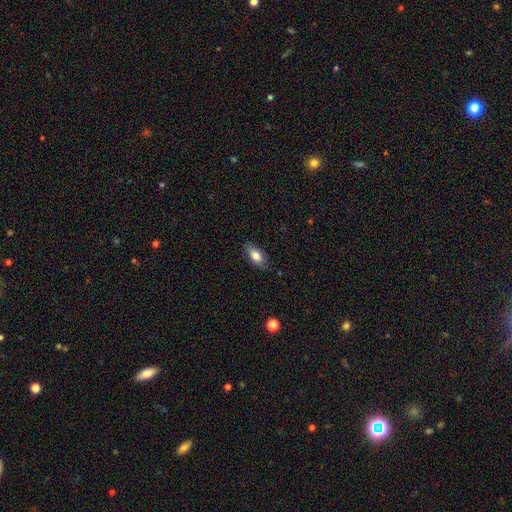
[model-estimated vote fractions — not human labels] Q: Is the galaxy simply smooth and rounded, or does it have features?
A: smooth — 78%.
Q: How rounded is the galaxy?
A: in between — 86%.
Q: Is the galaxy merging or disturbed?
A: none — 81%.